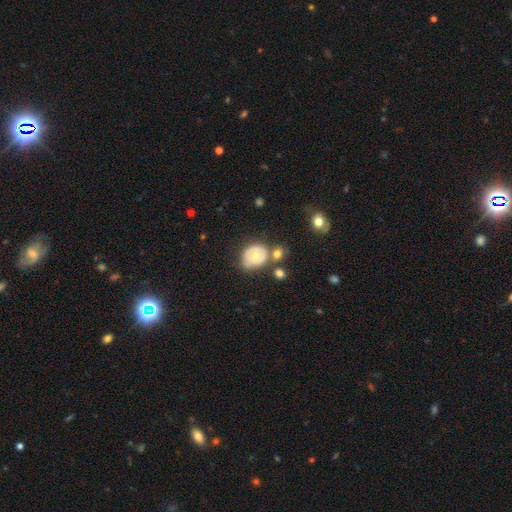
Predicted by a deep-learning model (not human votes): Smooth or featured? featured or disk (47%)
Merging? none (53%)